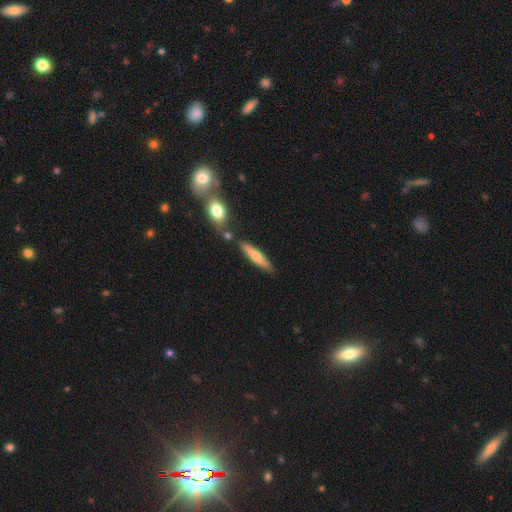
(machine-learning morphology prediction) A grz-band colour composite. It shows a smooth galaxy with no disk features (54%) that is cigar-shaped (82%). Merging: none (75%).